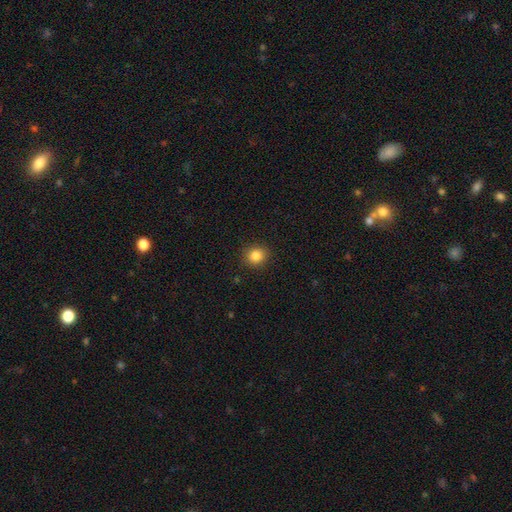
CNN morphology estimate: Q: Smooth or featured?
A: smooth (85%); runner-up: star or artifact (11%)
Q: How rounded?
A: round (85%); runner-up: in between (14%)
Q: Merging?
A: none (91%); runner-up: minor disturbance (6%)